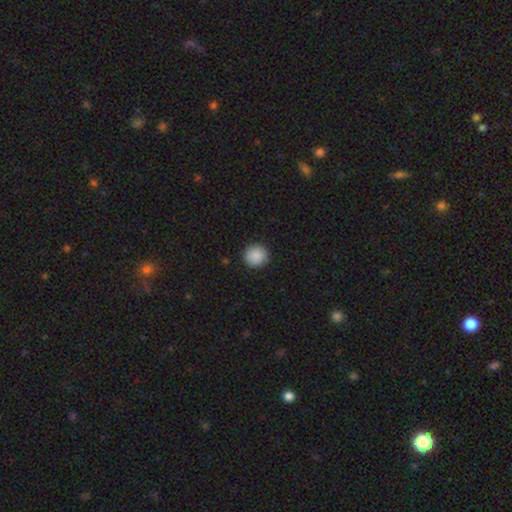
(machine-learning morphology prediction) A smooth galaxy with no disk features (88%) that is round (93%). Merging: none (92%).